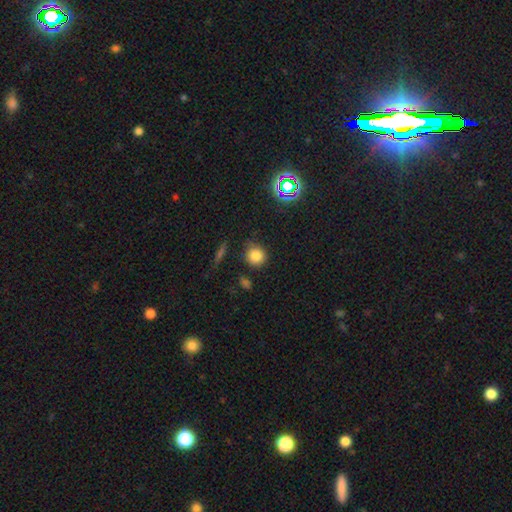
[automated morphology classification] The model was most divided on "smooth or featured": smooth: 80%, star or artifact: 14%, featured or disk: 7%. More confident: how rounded — round (88%); merging — none (80%).